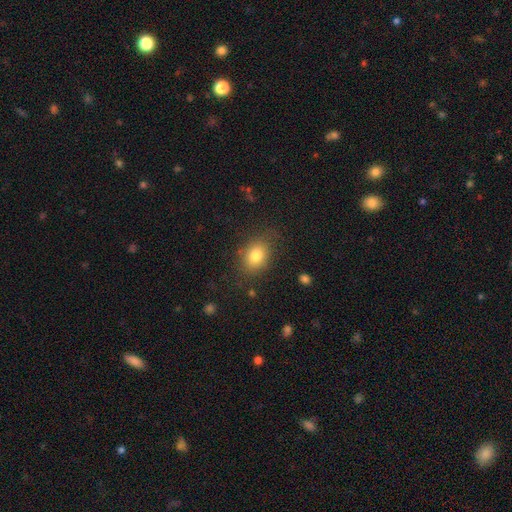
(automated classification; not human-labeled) Smooth or featured? smooth (80%)
How rounded? in between (67%)
Merging? none (78%)